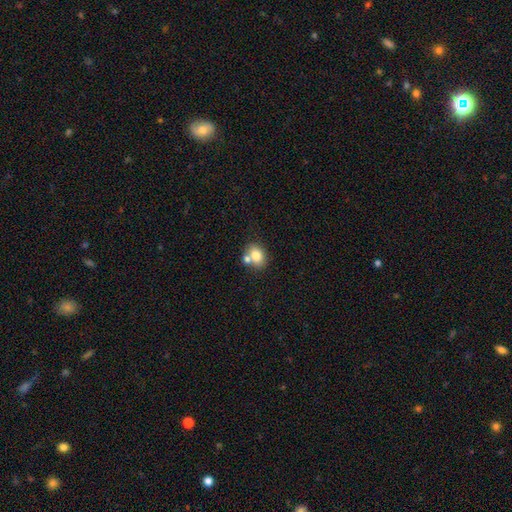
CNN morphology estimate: type=smooth (78%); roundness=in between (61%); merging=none (54%).